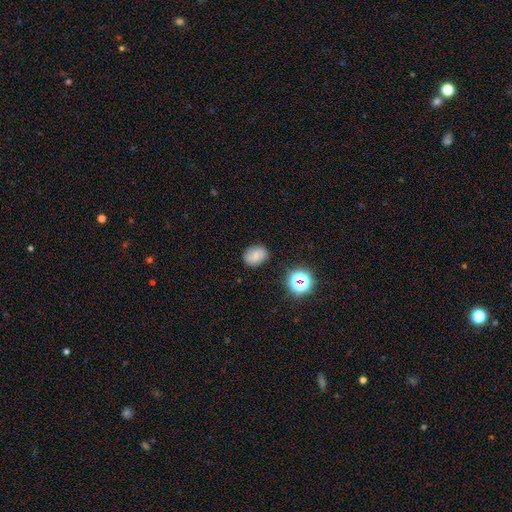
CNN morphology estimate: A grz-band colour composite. It shows a smooth galaxy with no disk features (68%) that is in between round and cigar-shaped (65%). Merging: none (79%).